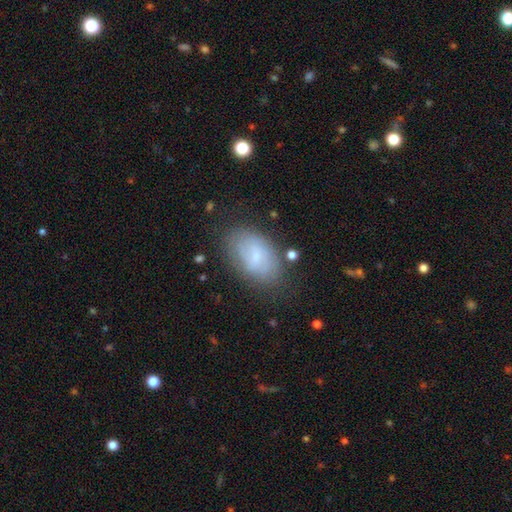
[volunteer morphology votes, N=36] type=smooth (61%); roundness=in between (91%); merging=none (82%).